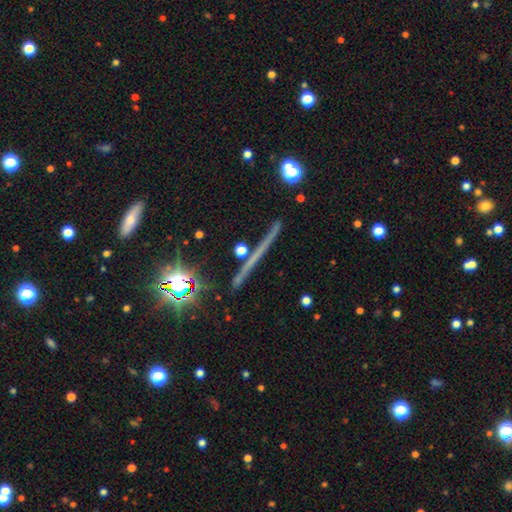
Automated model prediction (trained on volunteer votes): Smooth or featured? featured or disk (61%)
Edge-on disk? yes (97%)
Edge-on bulge? none (66%)
Merging? none (87%)